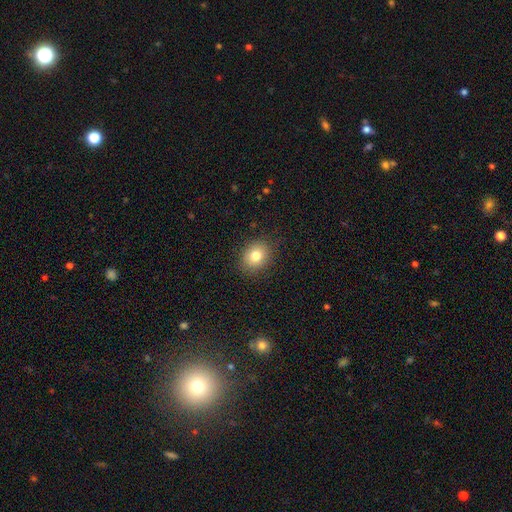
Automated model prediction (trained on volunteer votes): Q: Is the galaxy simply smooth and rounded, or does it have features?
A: smooth — 79%.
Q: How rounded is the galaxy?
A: round — 59%.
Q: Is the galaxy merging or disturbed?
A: none — 87%.